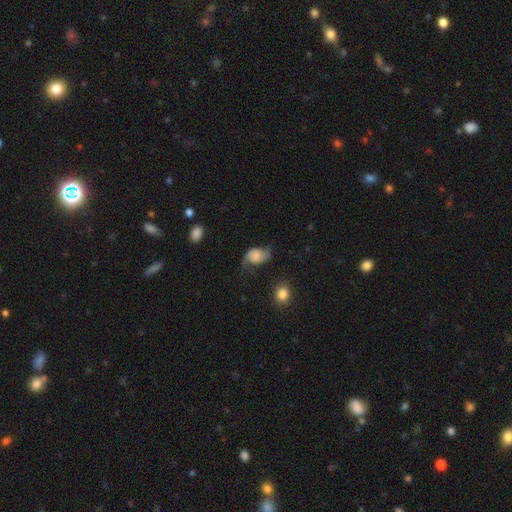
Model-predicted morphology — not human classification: Smooth or featured: featured or disk — 46% (smooth — 45%)
Merging: none — 45% (minor disturbance — 30%)